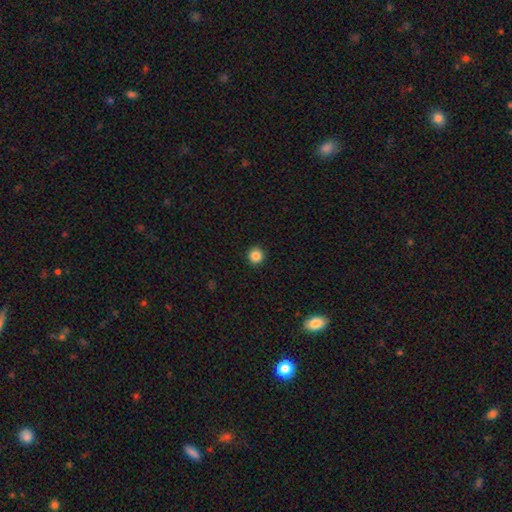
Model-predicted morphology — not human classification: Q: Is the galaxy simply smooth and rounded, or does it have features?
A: smooth — 85%.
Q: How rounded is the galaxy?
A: round — 94%.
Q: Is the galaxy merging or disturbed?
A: none — 93%.